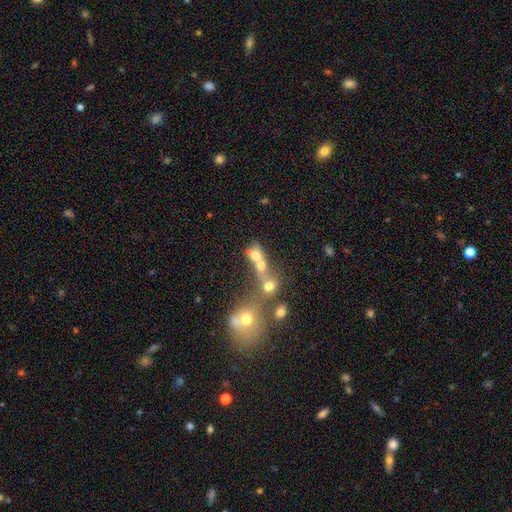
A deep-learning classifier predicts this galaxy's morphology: This appears to be a smooth galaxy with no disk features (61%) that is round (55%). Merging: merger (60%).